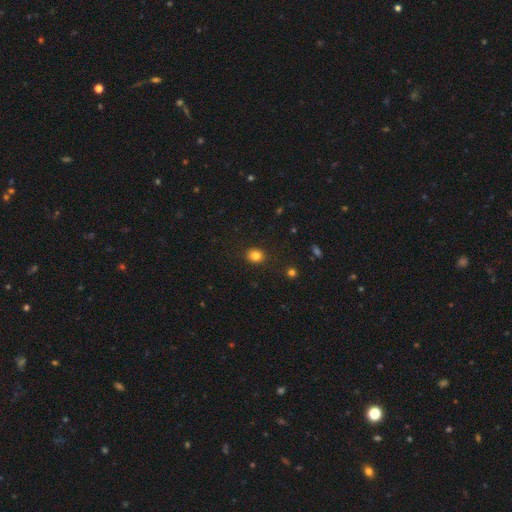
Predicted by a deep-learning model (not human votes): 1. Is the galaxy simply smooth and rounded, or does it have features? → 82% smooth, 12% star or artifact, 6% featured or disk.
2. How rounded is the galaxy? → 74% round, 25% in between, 1% cigar-shaped.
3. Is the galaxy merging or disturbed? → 90% none, 7% minor disturbance, 2% major disturbance, 1% merger.